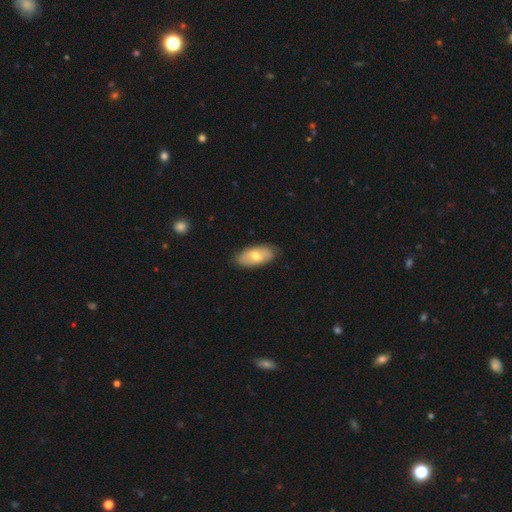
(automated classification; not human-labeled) Q: Smooth or featured?
A: smooth (62%); runner-up: featured or disk (32%)
Q: How rounded?
A: in between (92%); runner-up: cigar-shaped (5%)
Q: Merging?
A: none (83%); runner-up: minor disturbance (14%)